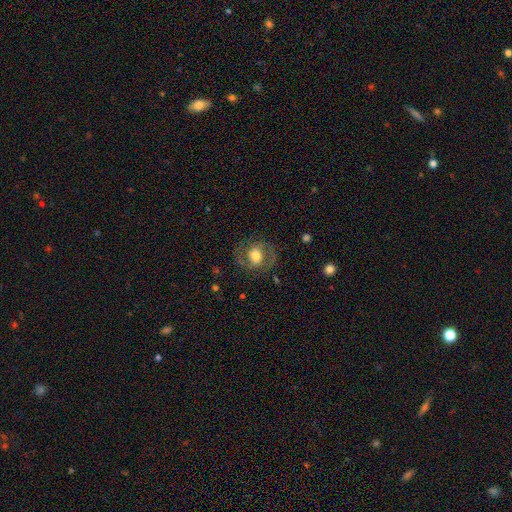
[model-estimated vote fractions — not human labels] Overall: featured or disk (55%; smooth 38%). Edge-on disk: no (96%). Bar: no (58%; weak 30%). Spiral arms: yes (61%; no 39%). Bulge size: moderate (57%; large 27%). Merging: none (76%).